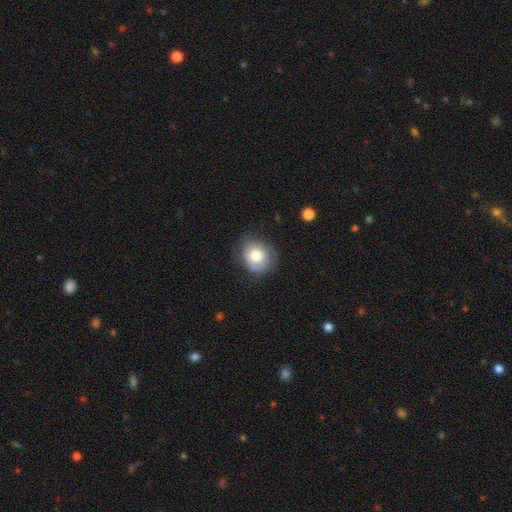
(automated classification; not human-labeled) This appears to be a smooth galaxy with no disk features (70%) that is round (72%). Merging: none (66%).